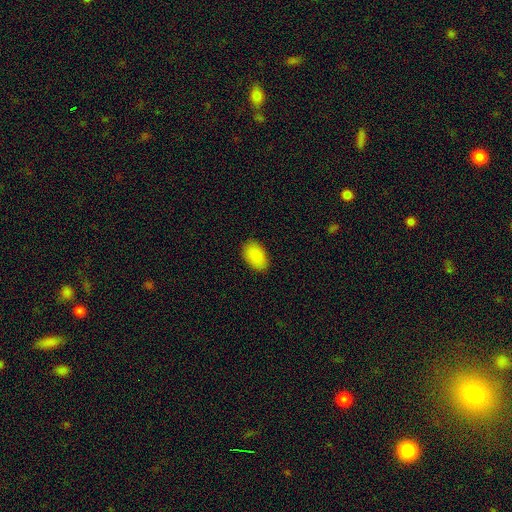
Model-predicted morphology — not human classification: smooth_or_featured: smooth (p=0.90) [alt: star or artifact p=0.07]
how_rounded: in between (p=0.92) [alt: round p=0.07]
merging: none (p=0.88) [alt: minor disturbance p=0.09]